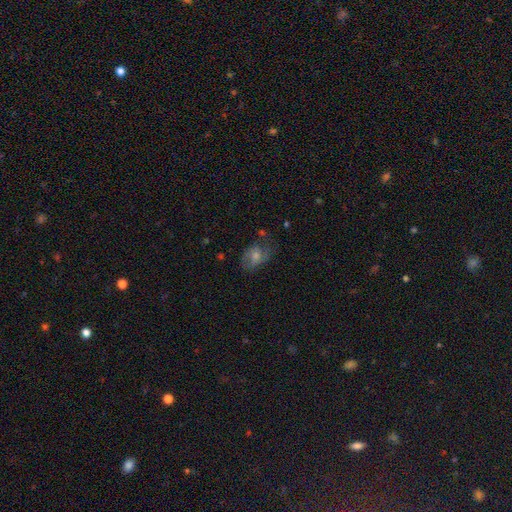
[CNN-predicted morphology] smooth_or_featured: featured or disk (p=0.56) [alt: smooth p=0.29]
disk_edge_on: no (p=0.96) [alt: yes p=0.04]
bar: no (p=0.57) [alt: weak p=0.36]
has_spiral_arms: yes (p=0.81) [alt: no p=0.19]
bulge_size: moderate (p=0.52) [alt: small p=0.36]
merging: none (p=0.64) [alt: minor disturbance p=0.21]